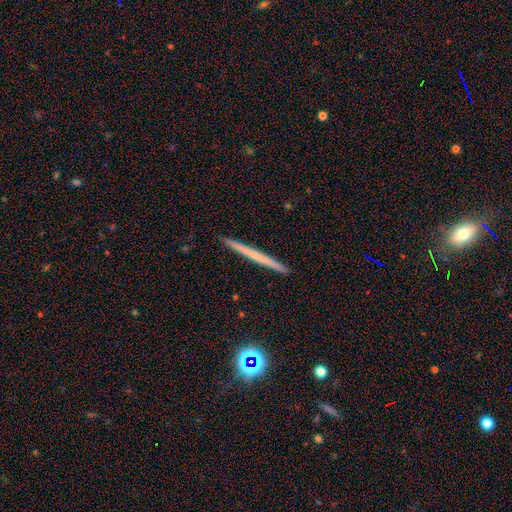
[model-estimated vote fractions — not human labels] Smooth or featured? smooth (49%)
Merging? none (93%)